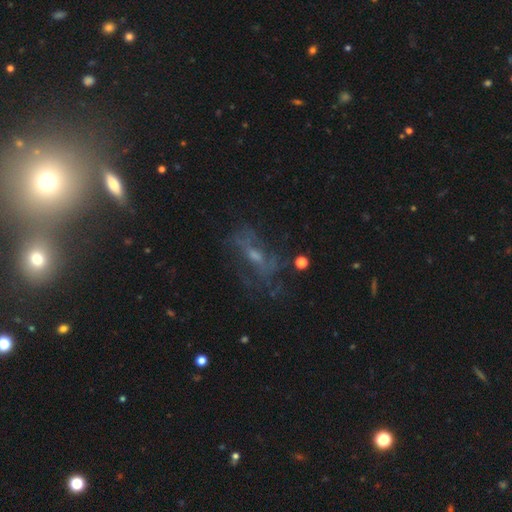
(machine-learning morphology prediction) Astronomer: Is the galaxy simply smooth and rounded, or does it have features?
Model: featured or disk — 59%.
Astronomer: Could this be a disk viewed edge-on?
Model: no — 83%.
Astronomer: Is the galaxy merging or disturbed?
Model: none — 53%.